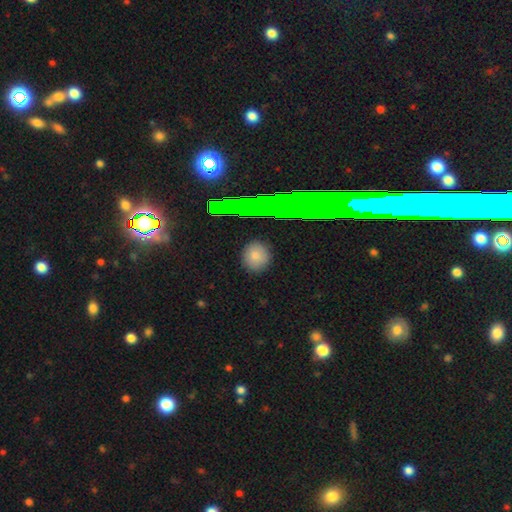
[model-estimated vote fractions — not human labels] Smooth or featured? smooth (78%)
How rounded? round (78%)
Merging? none (88%)